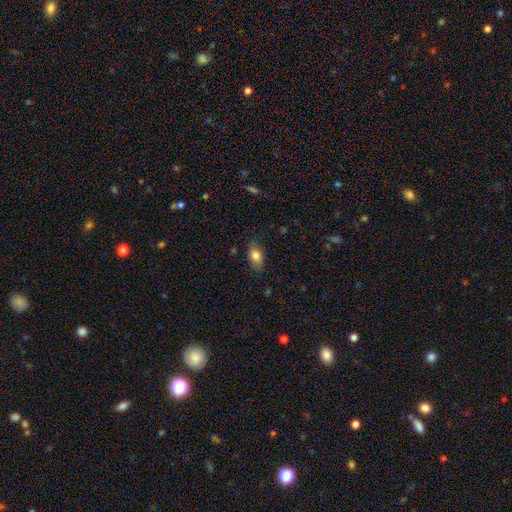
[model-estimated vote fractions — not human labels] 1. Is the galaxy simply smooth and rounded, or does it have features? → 82% smooth, 9% featured or disk, 8% star or artifact.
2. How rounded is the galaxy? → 86% in between, 11% round, 3% cigar-shaped.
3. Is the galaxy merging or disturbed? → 78% none, 16% minor disturbance, 4% major disturbance, 1% merger.